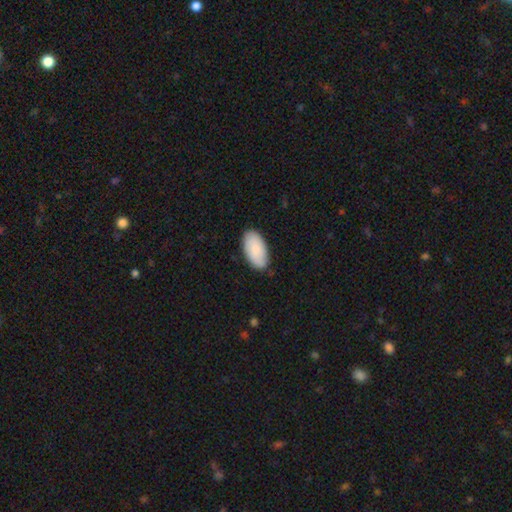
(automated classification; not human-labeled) smooth 82%, featured or disk 13%, star or artifact 5%. Down the decision tree: how rounded — in between (96%); merging — none (84%).